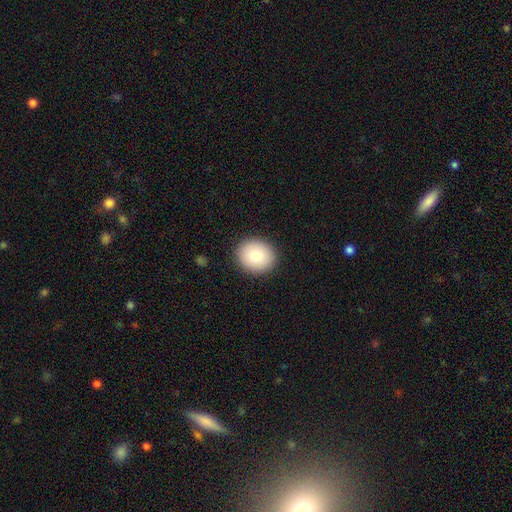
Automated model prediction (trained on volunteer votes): Overall: smooth (80%). How rounded: round (70%). Merging: none (90%).